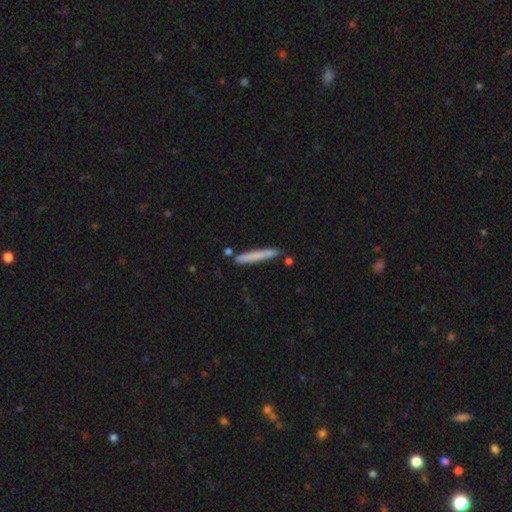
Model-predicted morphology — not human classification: smooth_or_featured: smooth (p=0.71) [alt: featured or disk p=0.23]
how_rounded: cigar-shaped (p=0.96) [alt: in between p=0.03]
merging: none (p=0.83) [alt: minor disturbance p=0.11]